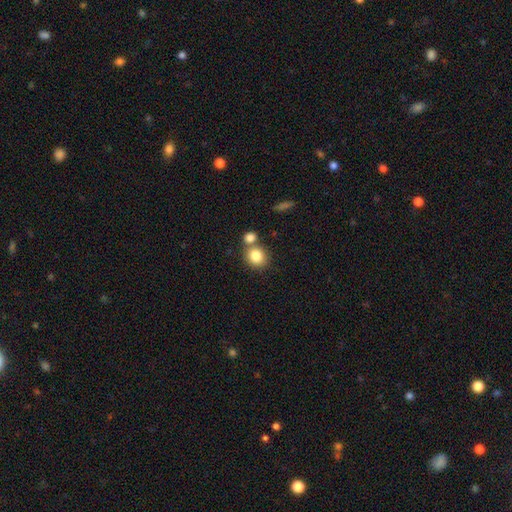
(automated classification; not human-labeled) Smooth or featured?
  - smooth: 83% *
  - star or artifact: 9%
  - featured or disk: 8%
How rounded?
  - round: 77% *
  - in between: 22%
  - cigar-shaped: 1%
Merging?
  - none: 57% *
  - merger: 32%
  - minor disturbance: 9%
  - major disturbance: 3%